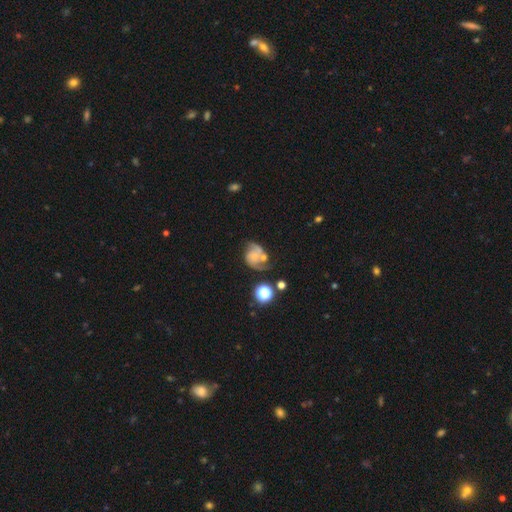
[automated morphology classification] Smooth or featured?
  - featured or disk: 63% *
  - smooth: 26%
  - star or artifact: 11%
Edge-on disk?
  - no: 98% *
  - yes: 2%
Bar?
  - no: 76% *
  - weak: 20%
  - strong: 4%
Spiral arms?
  - yes: 86% *
  - no: 14%
Spiral winding?
  - medium: 44% *
  - loose: 30%
  - tight: 26%
Spiral arm count?
  - 2: 72% *
  - can't tell: 11%
  - 1: 10%
  - 3: 4%
  - 4: 2%
  - more than 4: 1%
Bulge size?
  - small: 48% *
  - none: 27%
  - moderate: 19%
  - large: 4%
  - dominant: 2%
Merging?
  - none: 35% *
  - merger: 23%
  - minor disturbance: 22%
  - major disturbance: 20%